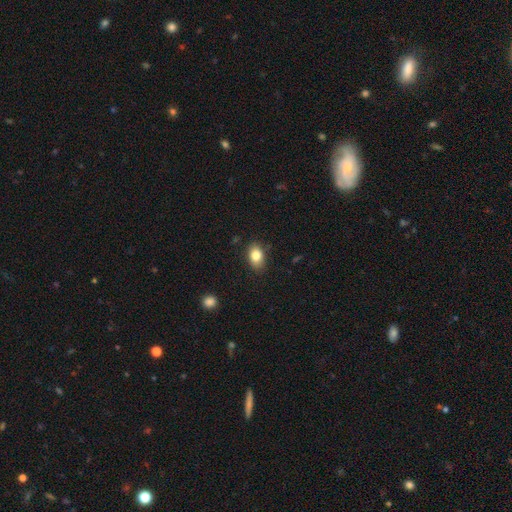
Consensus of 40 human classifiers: A smooth galaxy with no disk features (80%) that is in between round and cigar-shaped (81%).

Vote fractions:
- Smooth or featured? smooth: 80% / featured or disk: 10% / star or artifact: 10%
- How rounded? in between: 81% / round: 19% / cigar-shaped: 0%
- Merging? none: 78% / minor disturbance: 14% / major disturbance: 6% / merger: 3%